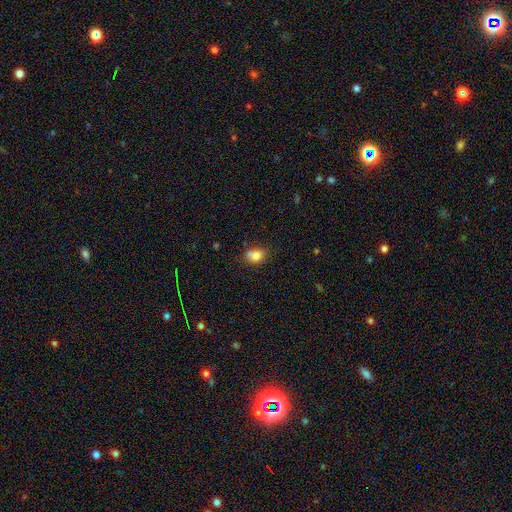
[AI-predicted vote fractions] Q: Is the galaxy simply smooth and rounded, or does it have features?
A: smooth — 78%.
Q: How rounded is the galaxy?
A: in between — 52%.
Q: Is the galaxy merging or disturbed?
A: none — 54%.